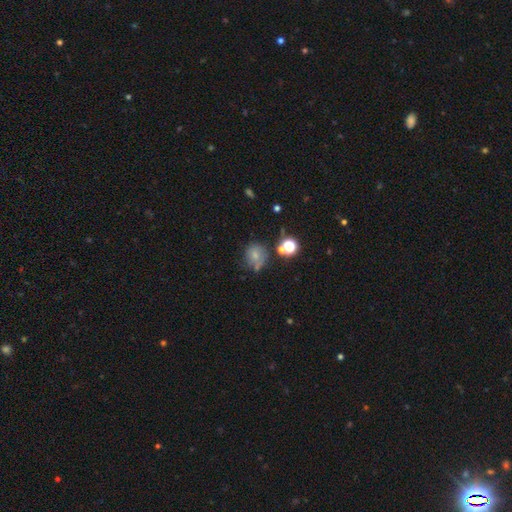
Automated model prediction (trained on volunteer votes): Smooth or featured?
  - smooth: 65% *
  - star or artifact: 18%
  - featured or disk: 17%
How rounded?
  - round: 78% *
  - in between: 21%
  - cigar-shaped: 1%
Merging?
  - none: 55% *
  - minor disturbance: 23%
  - merger: 12%
  - major disturbance: 10%